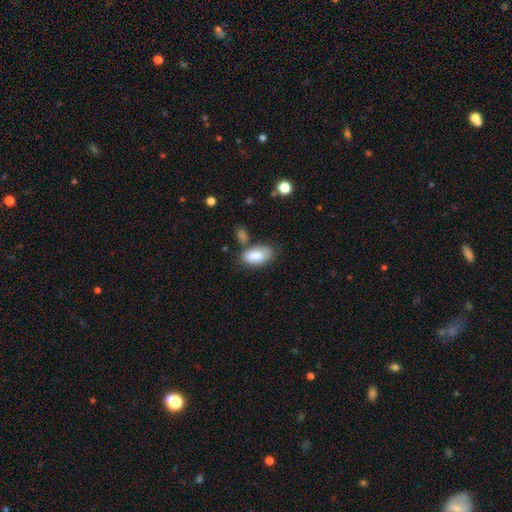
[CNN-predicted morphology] The model was most divided on "merging": none: 54%, minor disturbance: 23%, merger: 15%, major disturbance: 8%. More confident: how rounded — in between (94%); smooth or featured — smooth (84%).